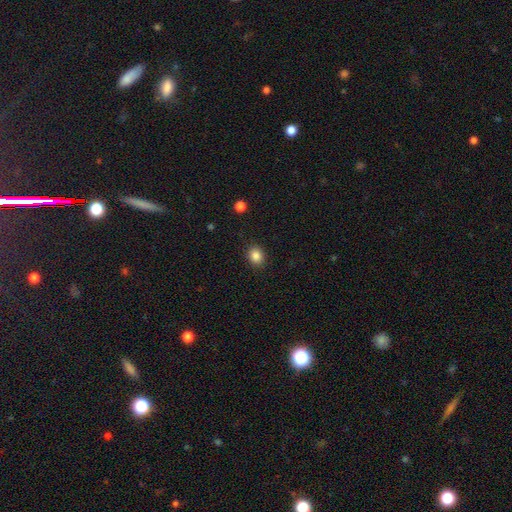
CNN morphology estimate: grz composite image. It shows a smooth galaxy with no disk features (86%) that is round (60%). Merging: none (90%).